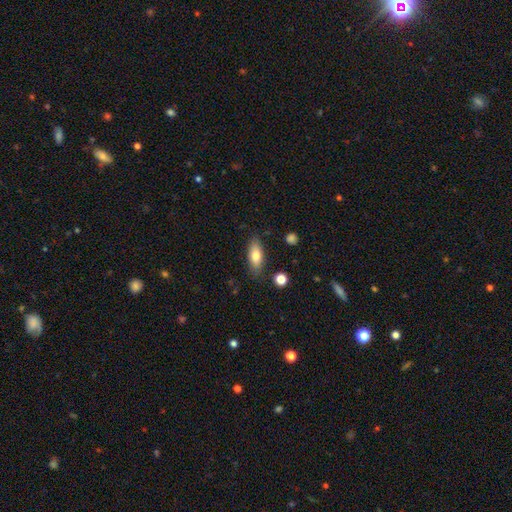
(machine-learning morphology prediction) Smooth or featured? smooth (77%)
How rounded? in between (76%)
Merging? none (81%)